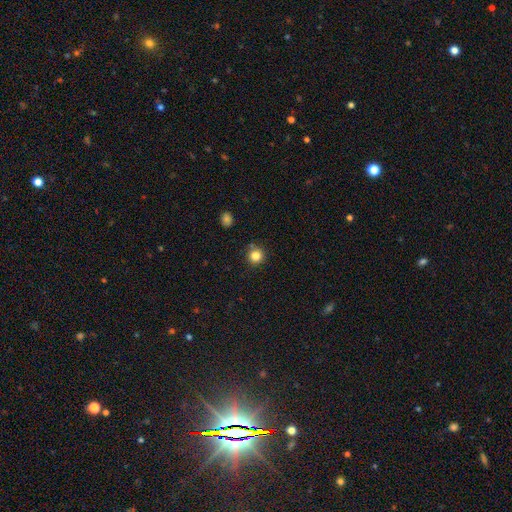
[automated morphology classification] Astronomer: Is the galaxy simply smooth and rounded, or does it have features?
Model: smooth — 83%.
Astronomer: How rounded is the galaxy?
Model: round — 94%.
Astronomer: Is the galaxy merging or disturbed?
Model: none — 84%.